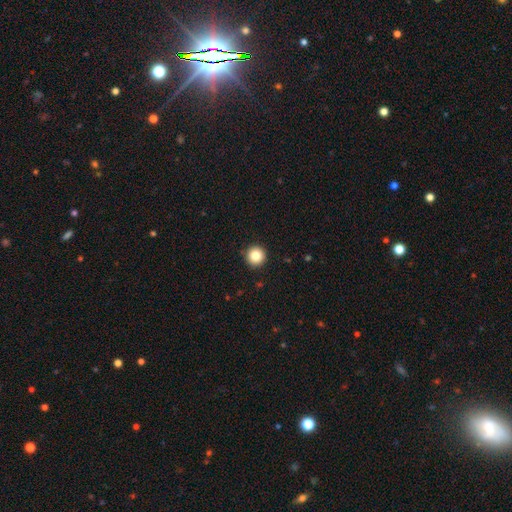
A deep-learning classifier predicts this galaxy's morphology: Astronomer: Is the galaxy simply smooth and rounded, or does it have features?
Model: smooth — 84%.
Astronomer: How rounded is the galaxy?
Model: round — 96%.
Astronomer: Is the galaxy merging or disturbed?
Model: none — 93%.